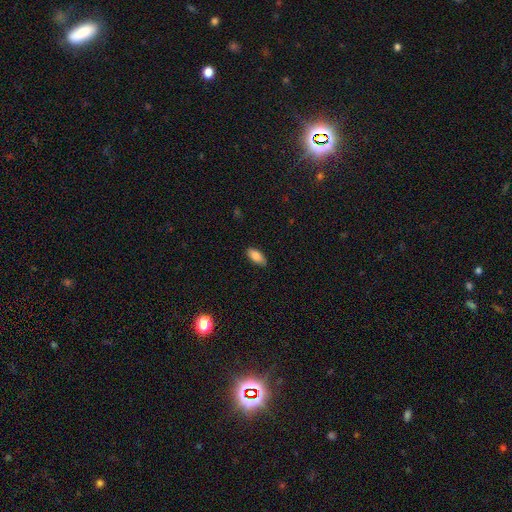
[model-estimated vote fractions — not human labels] This appears to be a smooth galaxy with no disk features (85%) that is in between round and cigar-shaped (89%). Merging: none (85%).